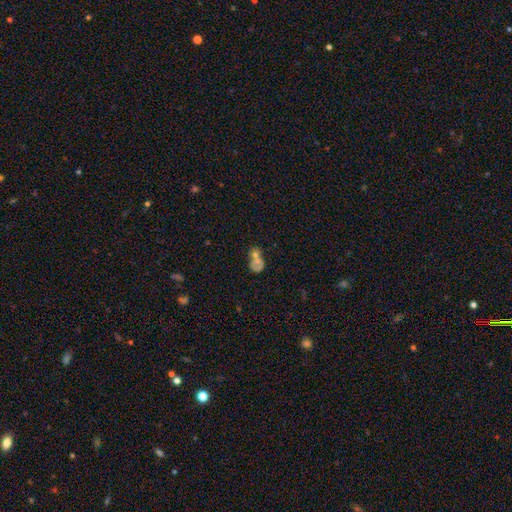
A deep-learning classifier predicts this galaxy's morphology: This is possibly a smooth galaxy (46%). Merging: possibly merger (46%).